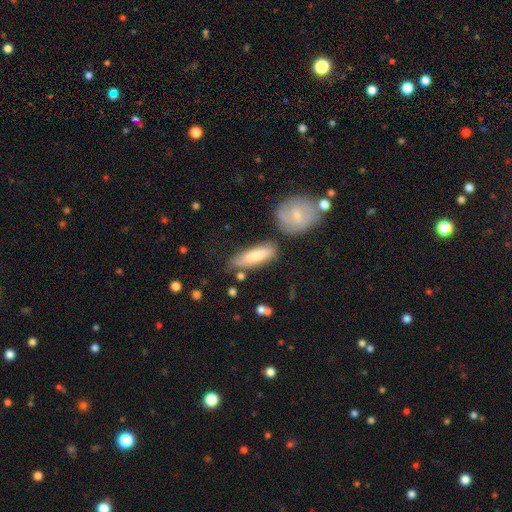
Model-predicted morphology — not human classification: Q: Smooth or featured?
A: smooth (77%); runner-up: featured or disk (18%)
Q: How rounded?
A: cigar-shaped (50%); runner-up: in between (48%)
Q: Merging?
A: none (64%); runner-up: minor disturbance (19%)